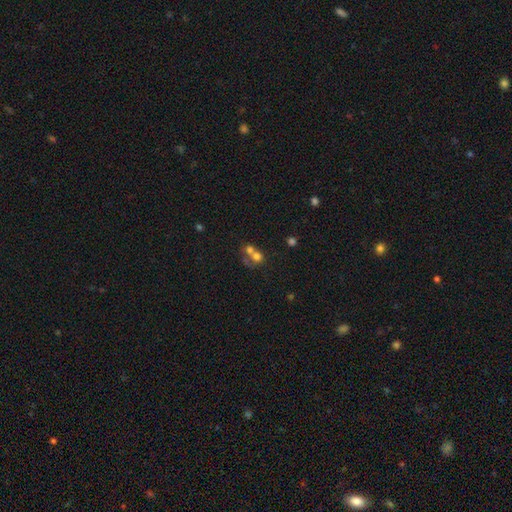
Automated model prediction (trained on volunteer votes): Q: Smooth or featured?
A: smooth (62%); runner-up: featured or disk (23%)
Q: How rounded?
A: round (72%); runner-up: in between (27%)
Q: Merging?
A: merger (63%); runner-up: none (24%)